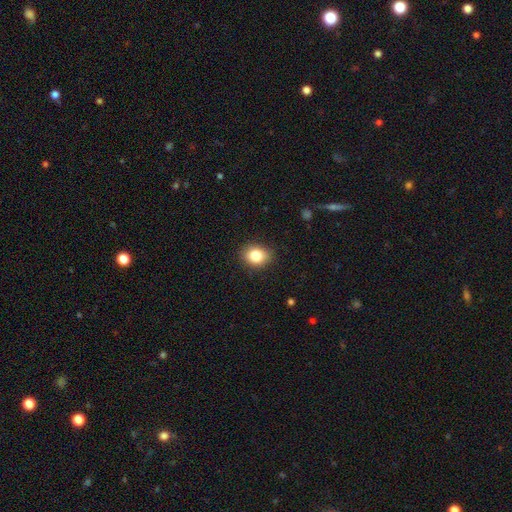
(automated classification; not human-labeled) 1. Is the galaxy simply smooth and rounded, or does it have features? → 83% smooth, 10% star or artifact, 7% featured or disk.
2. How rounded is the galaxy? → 50% in between, 49% round, 1% cigar-shaped.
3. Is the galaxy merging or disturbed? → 86% none, 11% minor disturbance, 2% major disturbance, 1% merger.